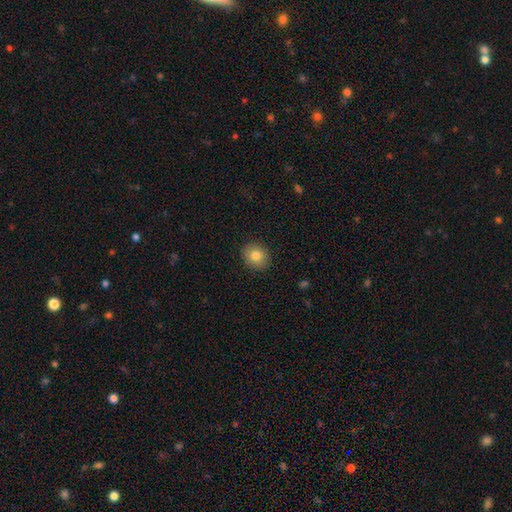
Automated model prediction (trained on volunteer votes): A smooth galaxy with no disk features (81%) that is round (72%). Merging: none (90%).